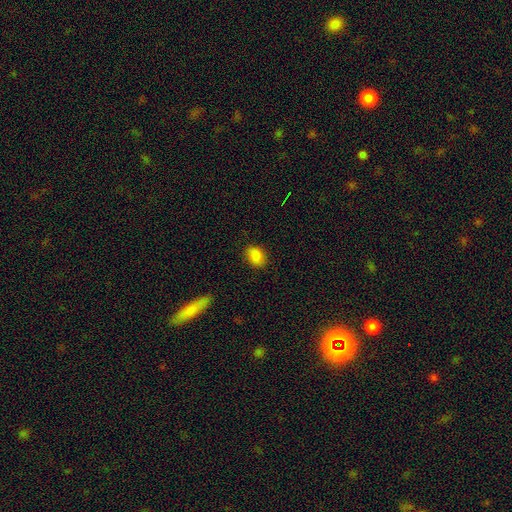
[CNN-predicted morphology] Overall: smooth (86%). How rounded: in between (70%). Merging: none (86%).